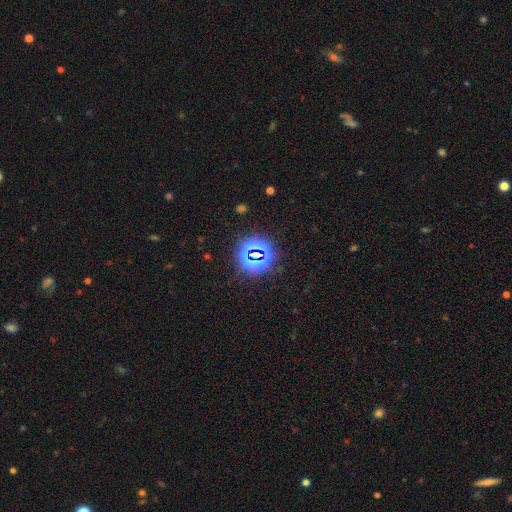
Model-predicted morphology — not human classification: A star or artifact, not a galaxy (75%).

Vote fractions:
- Smooth or featured? star or artifact: 75% / smooth: 17% / featured or disk: 8%